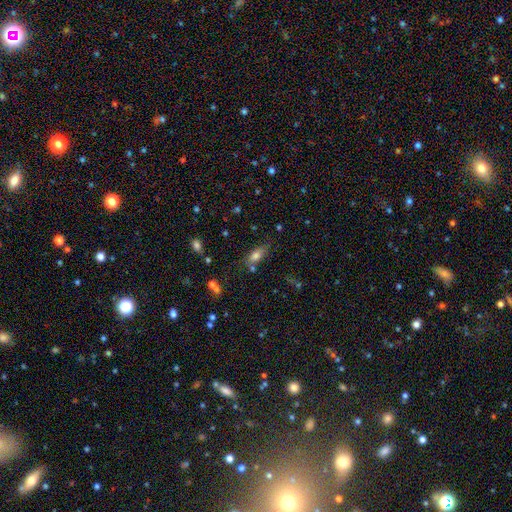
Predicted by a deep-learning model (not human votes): This appears to be a smooth galaxy with no disk features (74%) that is in between round and cigar-shaped (79%). Merging: none (65%).